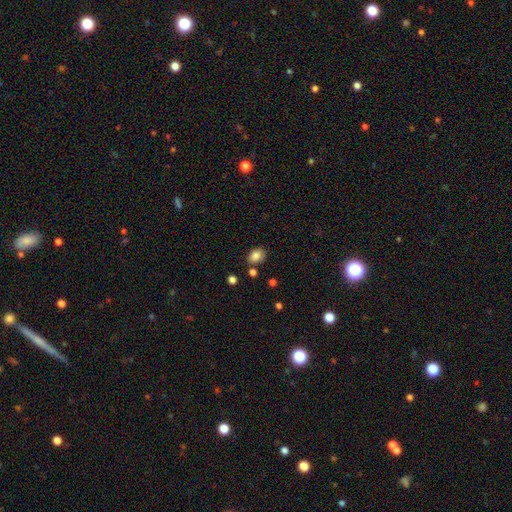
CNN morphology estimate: The model was most divided on "how rounded": in between: 68%, round: 30%, cigar-shaped: 1%. More confident: smooth or featured — smooth (83%); merging — none (73%).